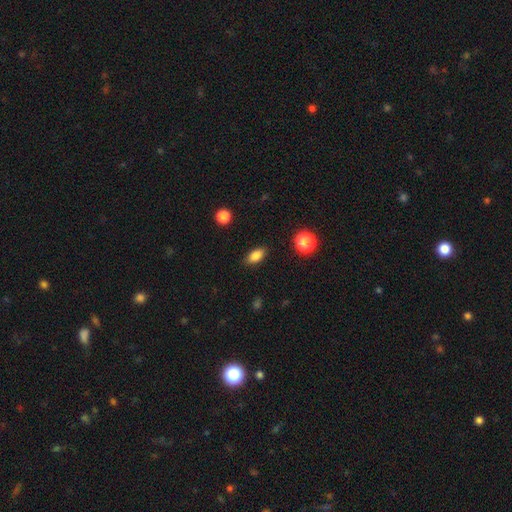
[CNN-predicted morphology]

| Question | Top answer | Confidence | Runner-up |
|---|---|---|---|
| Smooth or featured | smooth | 85% | star or artifact (9%) |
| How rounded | in between | 86% | round (8%) |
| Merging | none | 86% | minor disturbance (10%) |